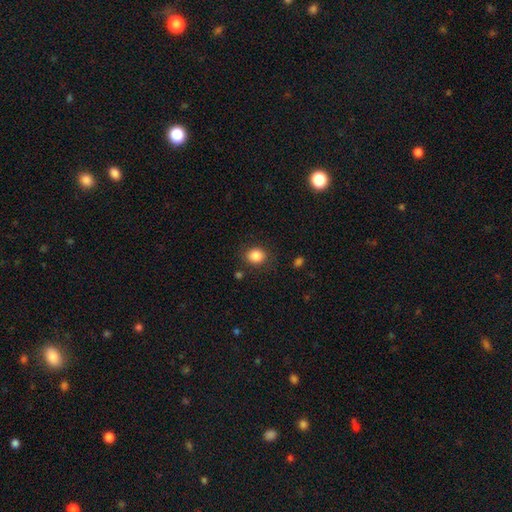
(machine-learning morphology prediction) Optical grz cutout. It shows a smooth galaxy with no disk features (86%) that is round (66%). Merging: none (85%).